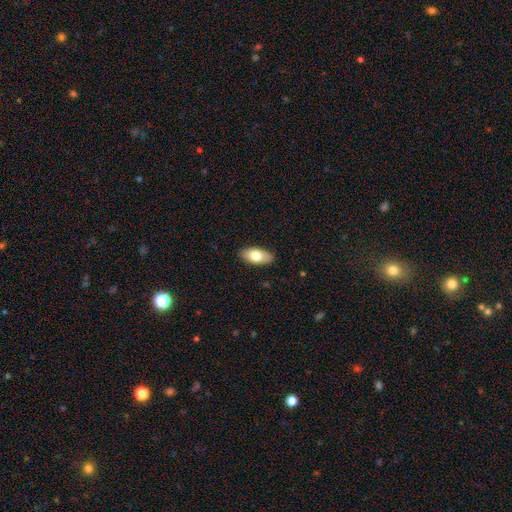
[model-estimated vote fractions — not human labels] A smooth galaxy with no disk features (77%) that is in between round and cigar-shaped (91%).

Vote fractions:
- Smooth or featured? smooth: 77% / featured or disk: 17% / star or artifact: 6%
- How rounded? in between: 91% / cigar-shaped: 5% / round: 3%
- Merging? none: 88% / minor disturbance: 9% / major disturbance: 2% / merger: 1%